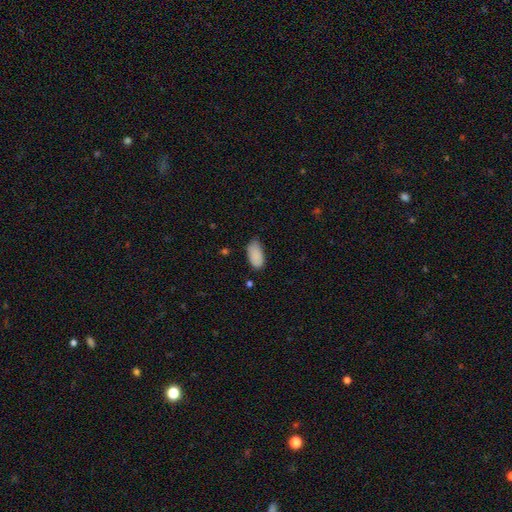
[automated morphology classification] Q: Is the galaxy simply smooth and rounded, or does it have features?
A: smooth — 89%.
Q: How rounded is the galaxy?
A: in between — 94%.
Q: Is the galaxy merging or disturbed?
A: none — 71%.